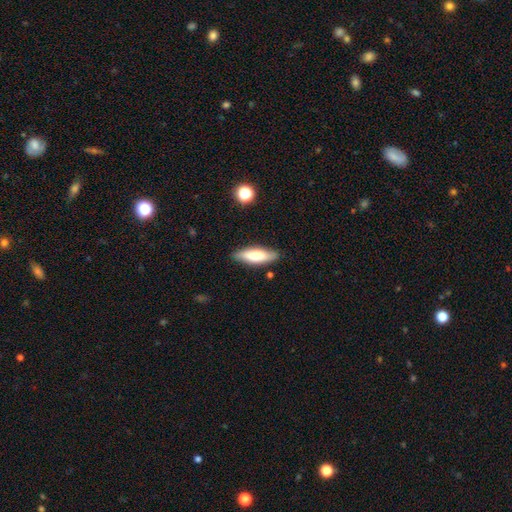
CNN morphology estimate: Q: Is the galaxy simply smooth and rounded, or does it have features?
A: smooth — 71%.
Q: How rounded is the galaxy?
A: in between — 54%.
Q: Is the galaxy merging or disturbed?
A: none — 84%.